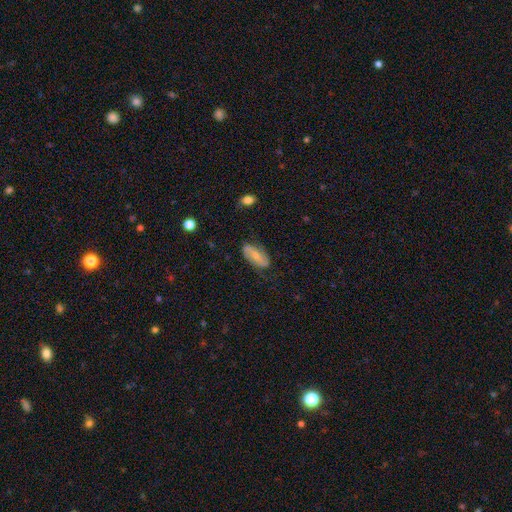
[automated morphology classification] Smooth or featured: smooth — 47% (tied with featured or disk — 47%)
Merging: none — 73% (minor disturbance — 20%)